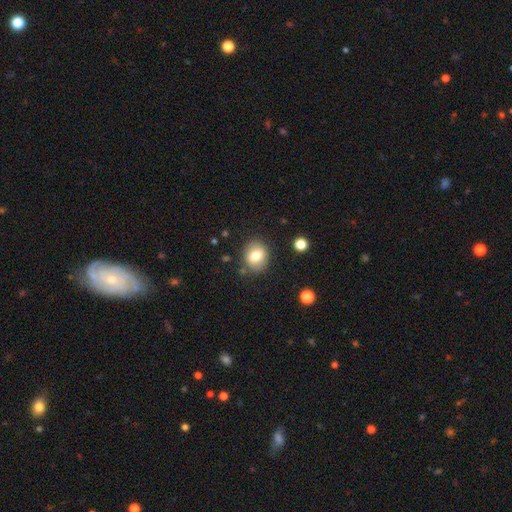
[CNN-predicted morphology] This appears to be a smooth galaxy with no disk features (77%) that is round (62%). Merging: none (81%).